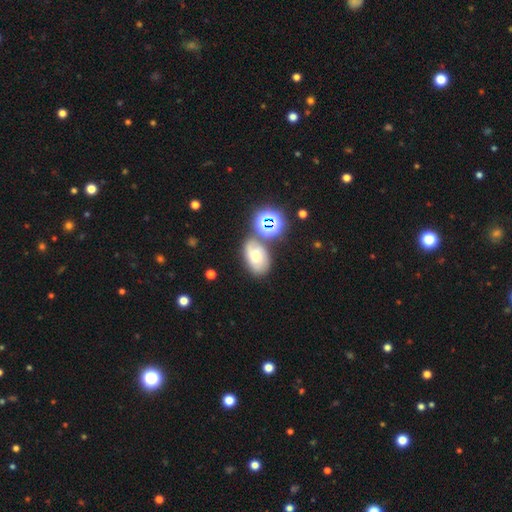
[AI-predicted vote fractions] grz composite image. It shows a smooth galaxy with no disk features (45%). Merging: none (55%).